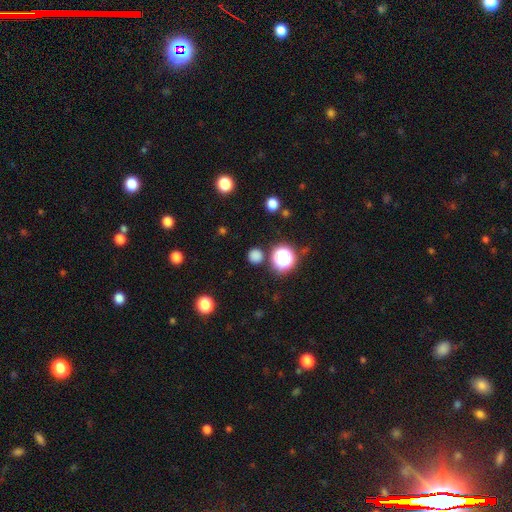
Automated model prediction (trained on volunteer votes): Morphology: type=smooth (71%); roundness=round (92%); merging=none (85%).